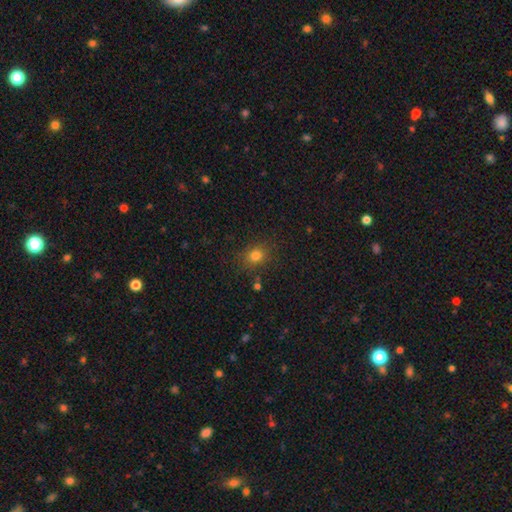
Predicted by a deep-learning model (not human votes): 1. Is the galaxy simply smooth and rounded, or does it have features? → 78% smooth, 15% star or artifact, 7% featured or disk.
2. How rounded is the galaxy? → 70% round, 29% in between, 1% cigar-shaped.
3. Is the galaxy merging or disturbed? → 83% none, 11% minor disturbance, 4% major disturbance, 3% merger.